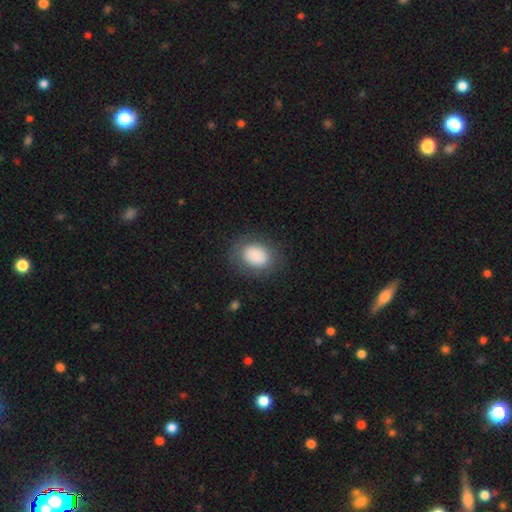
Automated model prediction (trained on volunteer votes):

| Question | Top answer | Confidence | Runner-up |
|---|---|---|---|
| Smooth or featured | smooth | 84% | star or artifact (8%) |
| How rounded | in between | 60% | round (39%) |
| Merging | none | 78% | minor disturbance (14%) |